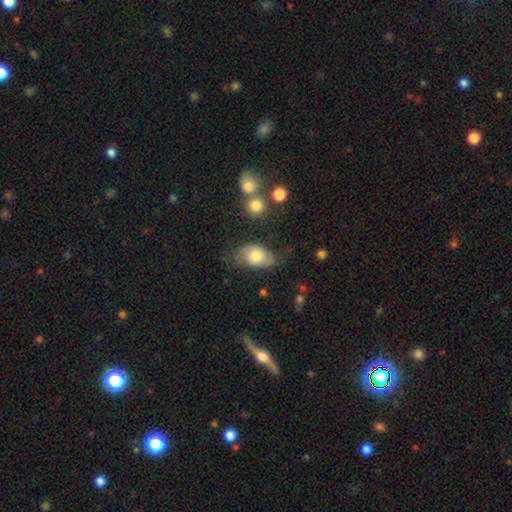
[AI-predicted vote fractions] A smooth galaxy with no disk features (63%) that is in between round and cigar-shaped (88%). Merging: none (57%).